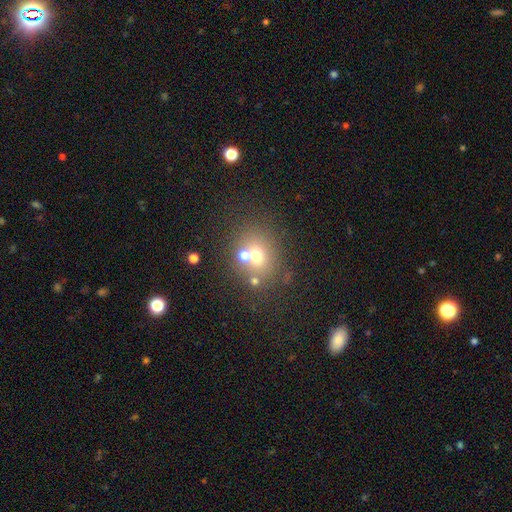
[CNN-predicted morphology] Smooth or featured? Predicted: smooth (p=0.63). How rounded? Predicted: round (p=0.67). Merging? Predicted: none (p=0.57).